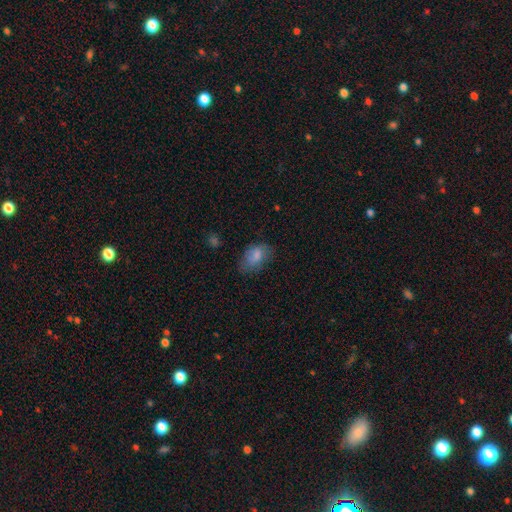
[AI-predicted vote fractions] This is likely a smooth galaxy (76%). How rounded: clearly in between (87%). Merging: possibly none (57%).